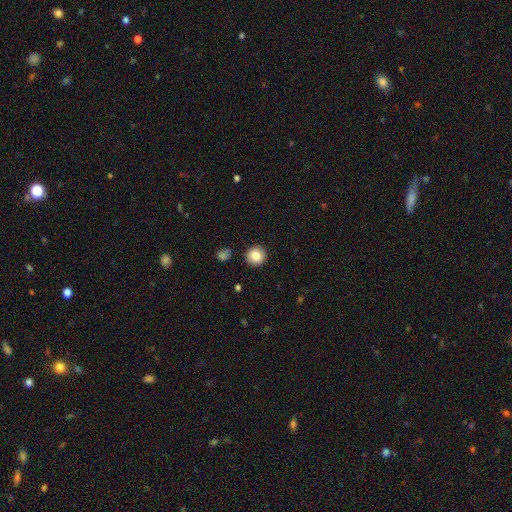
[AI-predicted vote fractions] A smooth galaxy with no disk features (85%) that is round (93%).

Vote fractions:
- Smooth or featured? smooth: 85% / star or artifact: 9% / featured or disk: 6%
- How rounded? round: 93% / in between: 6% / cigar-shaped: 1%
- Merging? none: 90% / minor disturbance: 6% / major disturbance: 2% / merger: 2%